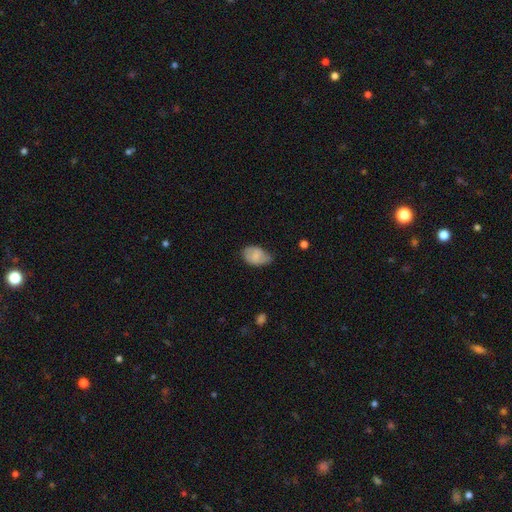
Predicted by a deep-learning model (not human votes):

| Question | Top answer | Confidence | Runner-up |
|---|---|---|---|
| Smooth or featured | smooth | 71% | featured or disk (22%) |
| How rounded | in between | 90% | round (9%) |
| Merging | none | 52% | minor disturbance (38%) |